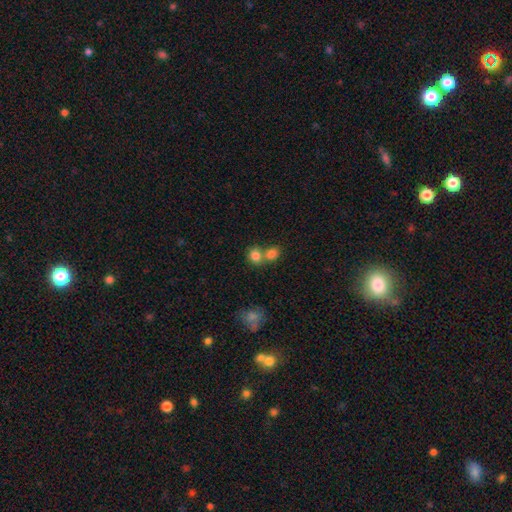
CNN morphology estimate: smooth-or-featured: smooth: 82% | star or artifact: 11% | featured or disk: 8%
  how-rounded: round: 73% | in between: 26% | cigar-shaped: 1%
  merging: merger: 49% | none: 42% | minor disturbance: 7% | major disturbance: 3%